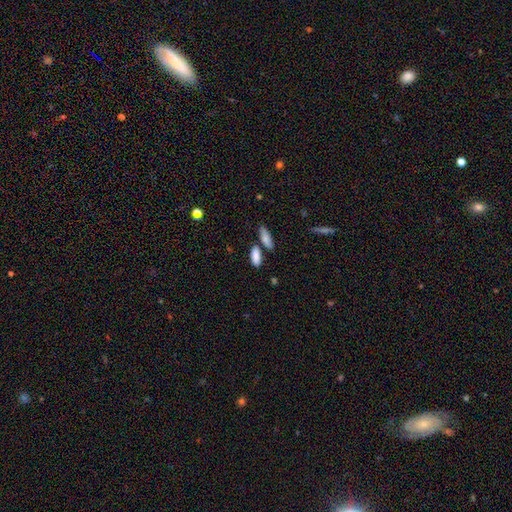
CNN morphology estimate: This appears to be a smooth galaxy with no disk features (86%) that is in between round and cigar-shaped (77%). Merging: none (65%).